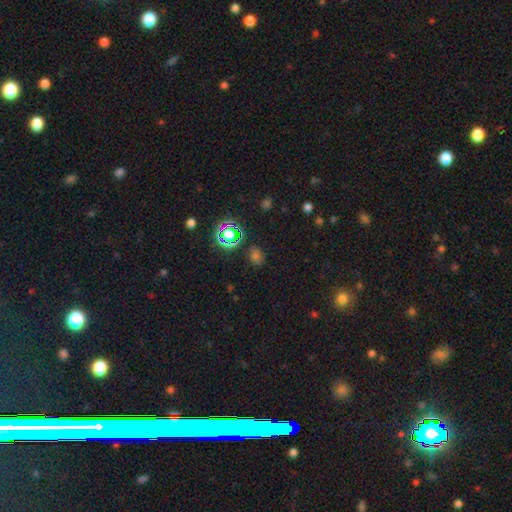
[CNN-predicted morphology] smooth 51%, star or artifact 42%, featured or disk 7%. Down the decision tree: how rounded — round (51%); merging — none (82%).